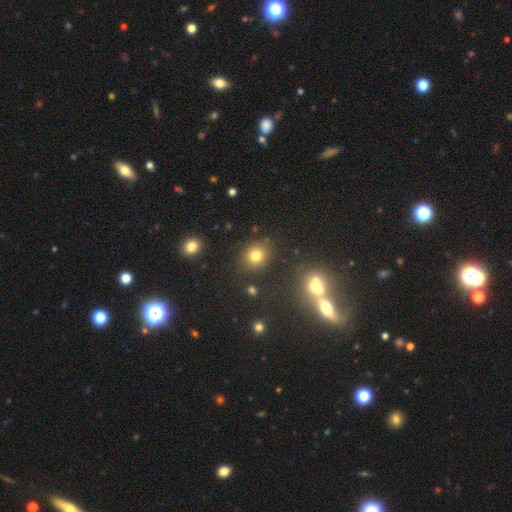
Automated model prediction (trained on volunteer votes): The model was most divided on "how rounded": round: 74%, in between: 25%, cigar-shaped: 1%. More confident: merging — none (82%); smooth or featured — smooth (78%).